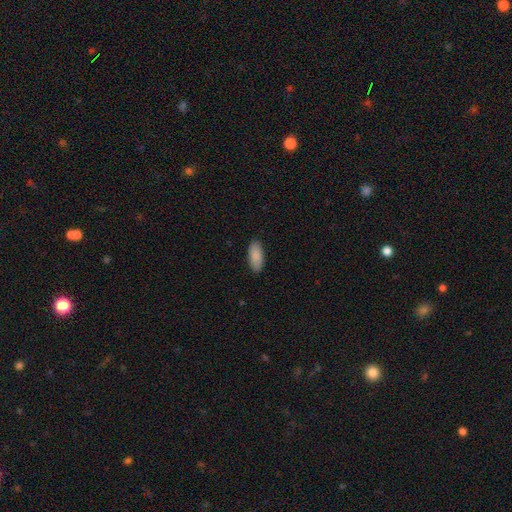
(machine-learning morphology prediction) Smooth or featured? Predicted: smooth (p=0.90). How rounded? Predicted: in between (p=0.84). Merging? Predicted: none (p=0.88).